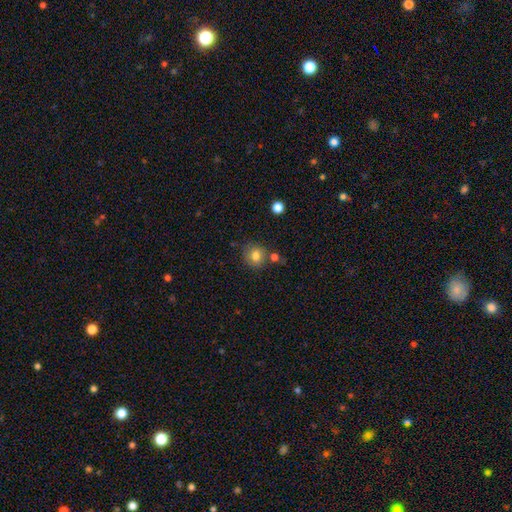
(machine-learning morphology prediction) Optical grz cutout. It shows a smooth galaxy with no disk features (80%) that is round (81%). Merging: none (74%).